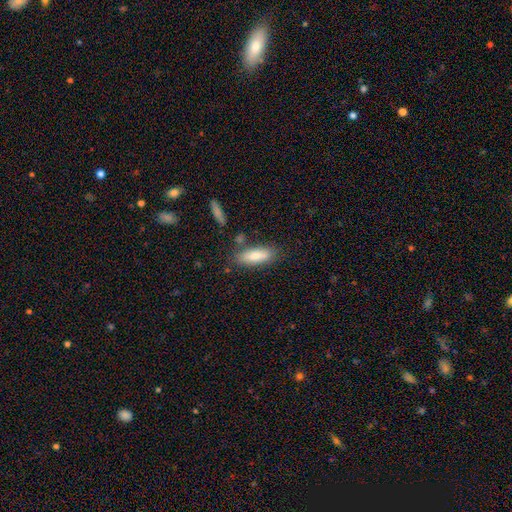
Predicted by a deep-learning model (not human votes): Q: Smooth or featured?
A: smooth (82%); runner-up: featured or disk (12%)
Q: How rounded?
A: in between (58%); runner-up: cigar-shaped (41%)
Q: Merging?
A: none (75%); runner-up: minor disturbance (14%)